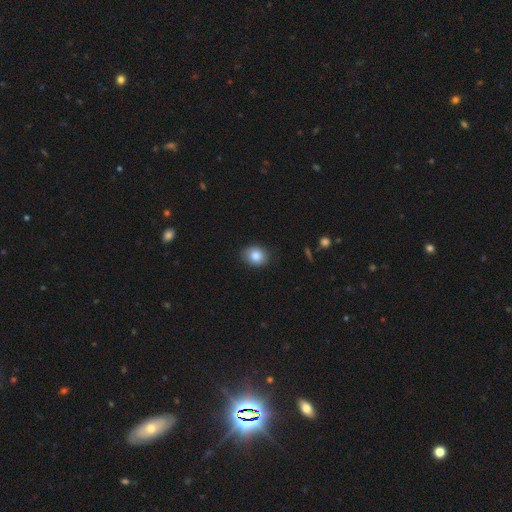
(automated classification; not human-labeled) Smooth or featured? smooth (84%)
How rounded? round (54%)
Merging? none (85%)